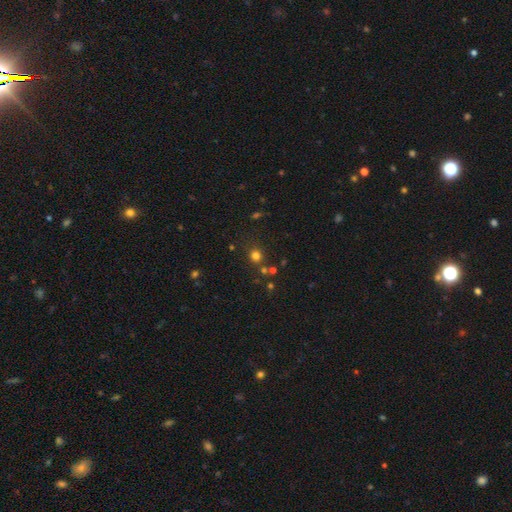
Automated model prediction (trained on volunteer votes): Morphology: type=smooth (72%); roundness=round (87%); merging=none (77%).